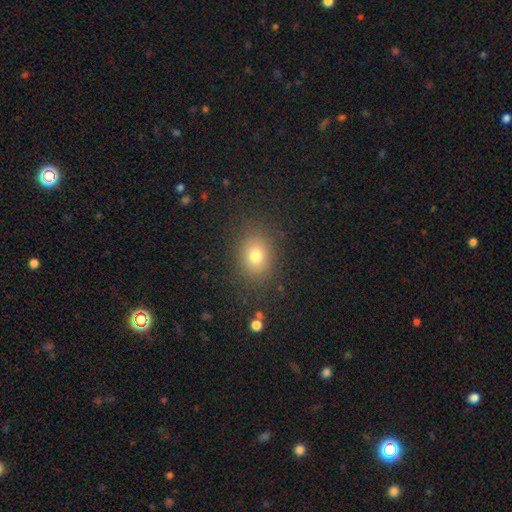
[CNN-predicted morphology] Smooth or featured? Predicted: smooth (p=0.77). How rounded? Predicted: in between (p=0.51). Merging? Predicted: none (p=0.86).